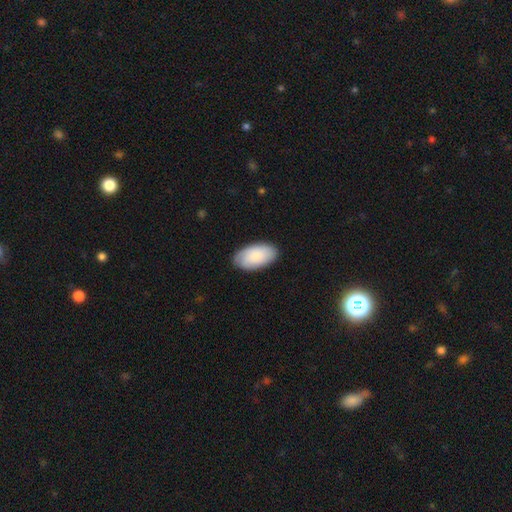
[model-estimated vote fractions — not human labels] This appears to be a smooth galaxy with no disk features (83%) that is in between round and cigar-shaped (96%). Merging: none (85%).